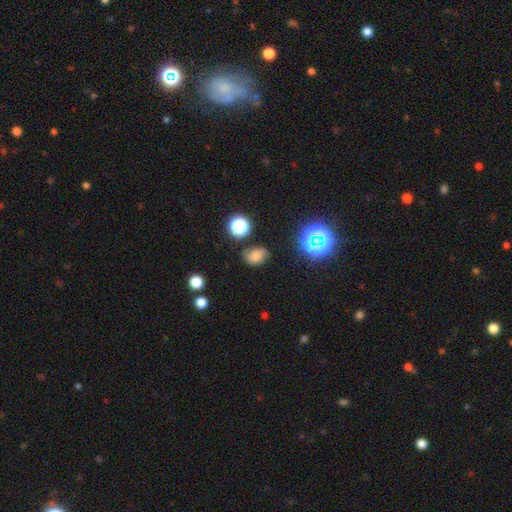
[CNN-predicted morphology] Smooth or featured: smooth — 68% (star or artifact — 19%)
How rounded: in between — 66% (round — 33%)
Merging: none — 65% (minor disturbance — 24%)